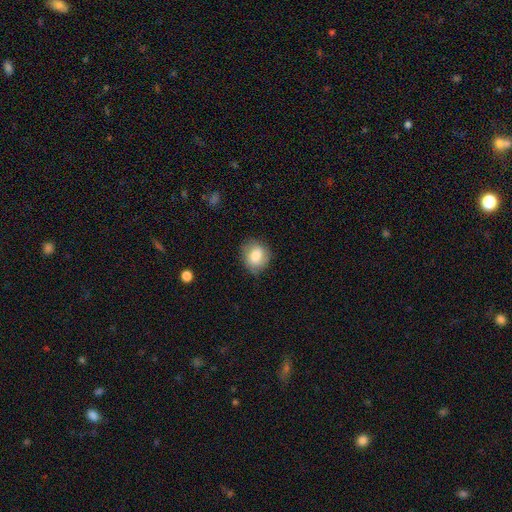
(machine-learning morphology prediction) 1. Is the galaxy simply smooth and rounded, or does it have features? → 81% smooth, 12% featured or disk, 8% star or artifact.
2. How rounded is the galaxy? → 68% round, 31% in between, 1% cigar-shaped.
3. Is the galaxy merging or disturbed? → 79% none, 16% minor disturbance, 4% major disturbance, 1% merger.